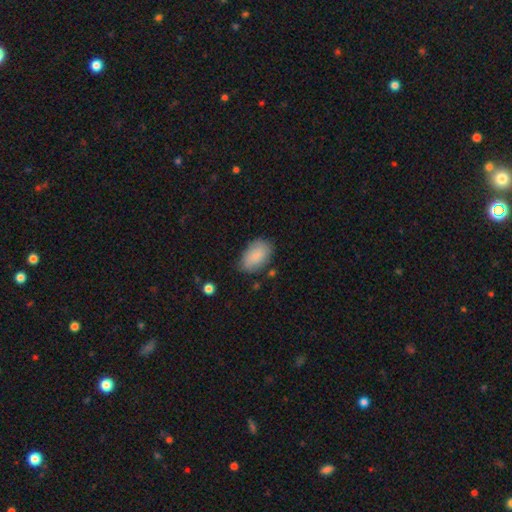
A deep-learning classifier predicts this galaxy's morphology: Smooth or featured?
  - smooth: 85% *
  - featured or disk: 9%
  - star or artifact: 6%
How rounded?
  - in between: 92% *
  - round: 6%
  - cigar-shaped: 1%
Merging?
  - none: 75% *
  - minor disturbance: 19%
  - major disturbance: 4%
  - merger: 2%